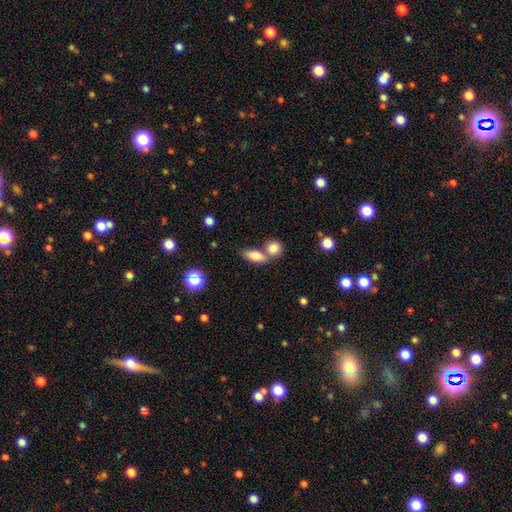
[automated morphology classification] The model was most divided on "merging": none: 46%, merger: 40%, minor disturbance: 10%, major disturbance: 4%. More confident: smooth or featured — smooth (81%); how rounded — in between (76%).